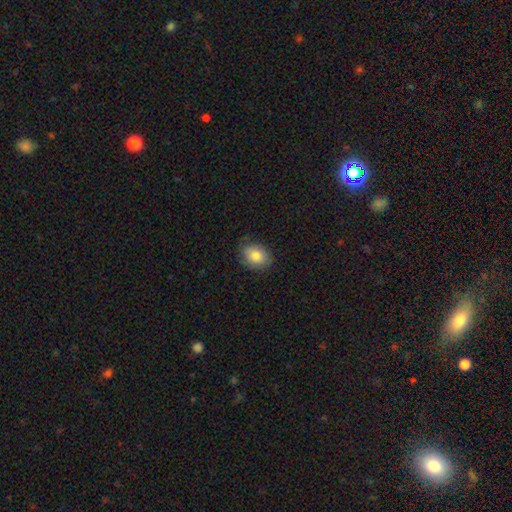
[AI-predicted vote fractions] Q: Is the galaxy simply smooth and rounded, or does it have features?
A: smooth — 81%.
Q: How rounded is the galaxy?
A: in between — 62%.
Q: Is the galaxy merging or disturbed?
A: none — 79%.